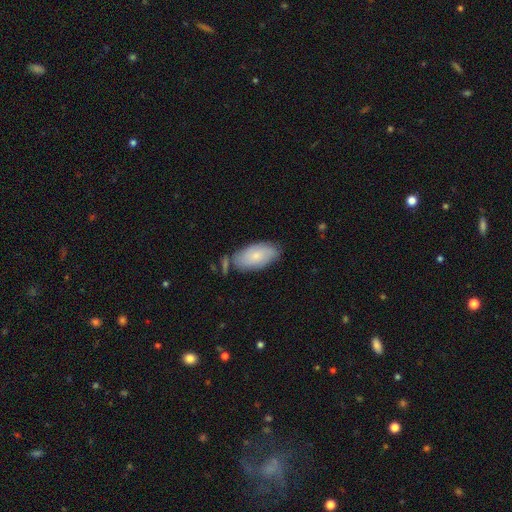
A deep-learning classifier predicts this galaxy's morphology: Smooth or featured? smooth (69%)
How rounded? in between (94%)
Merging? none (68%)